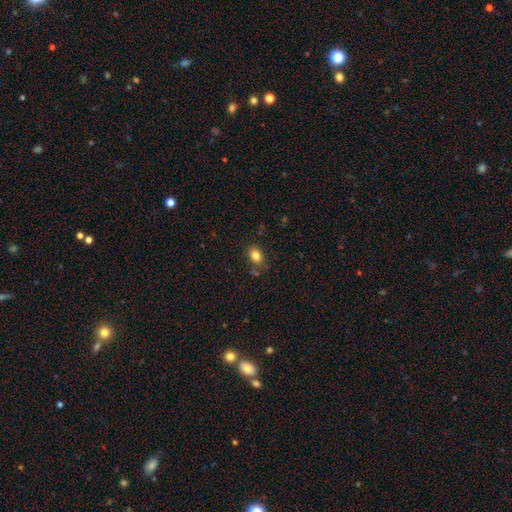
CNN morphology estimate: Q: Smooth or featured?
A: smooth (83%); runner-up: star or artifact (10%)
Q: How rounded?
A: in between (67%); runner-up: round (32%)
Q: Merging?
A: none (76%); runner-up: minor disturbance (15%)